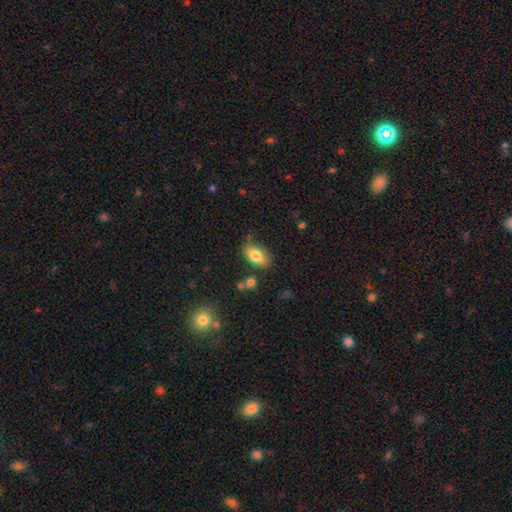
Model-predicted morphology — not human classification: Smooth or featured?
  - smooth: 79% *
  - featured or disk: 13%
  - star or artifact: 8%
How rounded?
  - in between: 90% *
  - round: 8%
  - cigar-shaped: 2%
Merging?
  - none: 60% *
  - minor disturbance: 27%
  - major disturbance: 7%
  - merger: 5%